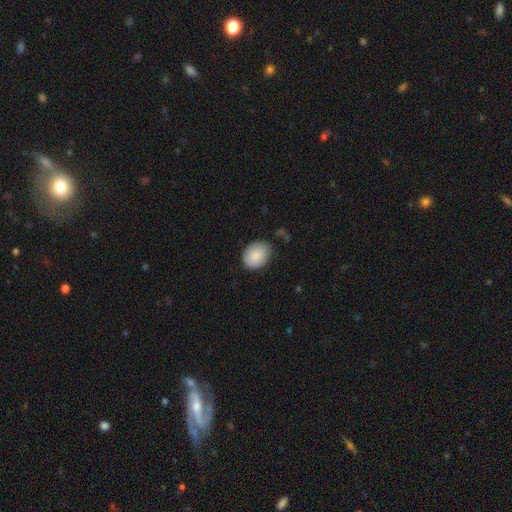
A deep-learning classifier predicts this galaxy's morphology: A smooth galaxy with no disk features (88%) that is in between round and cigar-shaped (69%). Merging: none (79%).